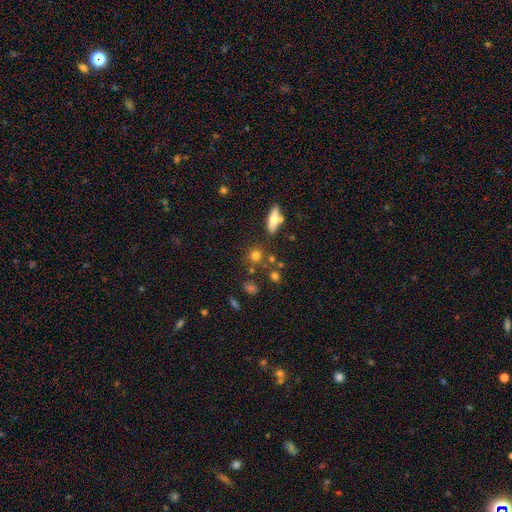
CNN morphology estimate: This is likely a smooth galaxy (76%). How rounded: likely round (77%). Merging: likely none (71%).